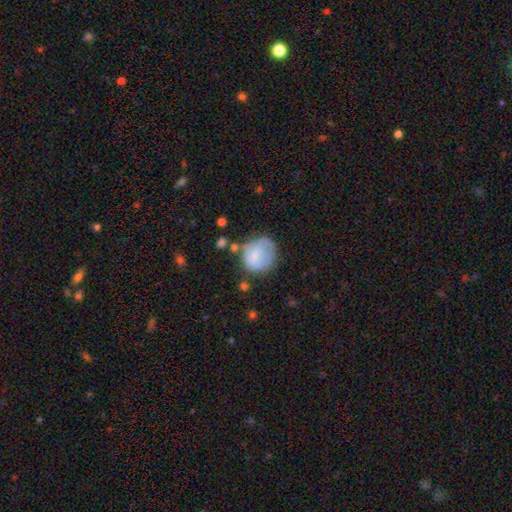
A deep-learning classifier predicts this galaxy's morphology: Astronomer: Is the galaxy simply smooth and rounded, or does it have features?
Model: smooth — 65%.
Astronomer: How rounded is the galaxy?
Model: round — 73%.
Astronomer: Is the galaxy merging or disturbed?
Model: none — 45% (runner-up: minor disturbance, 30%).